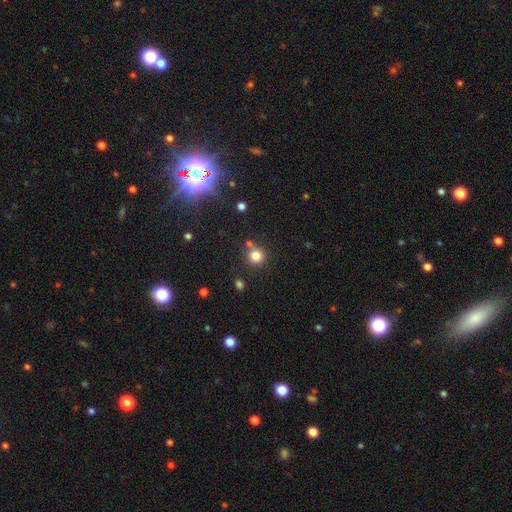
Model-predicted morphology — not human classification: Smooth or featured: smooth — 80% (star or artifact — 13%)
How rounded: round — 90% (in between — 9%)
Merging: none — 70% (merger — 15%)